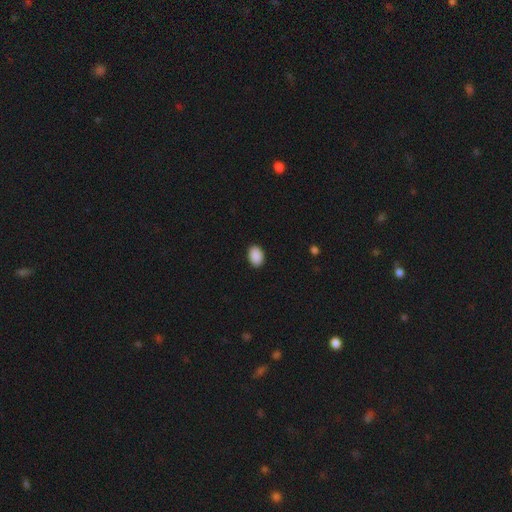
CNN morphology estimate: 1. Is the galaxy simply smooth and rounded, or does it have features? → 90% smooth, 8% star or artifact, 2% featured or disk.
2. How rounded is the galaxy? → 83% in between, 16% round, 1% cigar-shaped.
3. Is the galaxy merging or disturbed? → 90% none, 7% minor disturbance, 2% major disturbance, 1% merger.